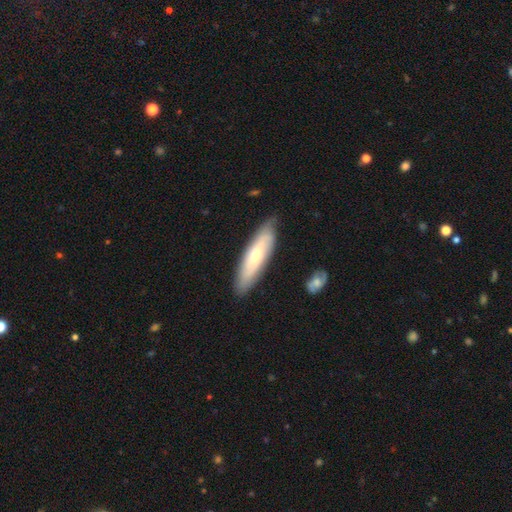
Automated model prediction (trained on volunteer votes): Smooth or featured: smooth — 47% (tied with featured or disk — 47%)
Merging: none — 82% (minor disturbance — 14%)